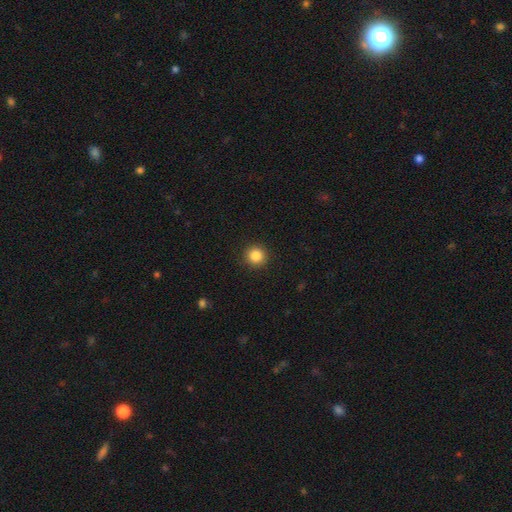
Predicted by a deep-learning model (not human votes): smooth 86%, star or artifact 10%, featured or disk 4%. Down the decision tree: how rounded — round (94%); merging — none (92%).